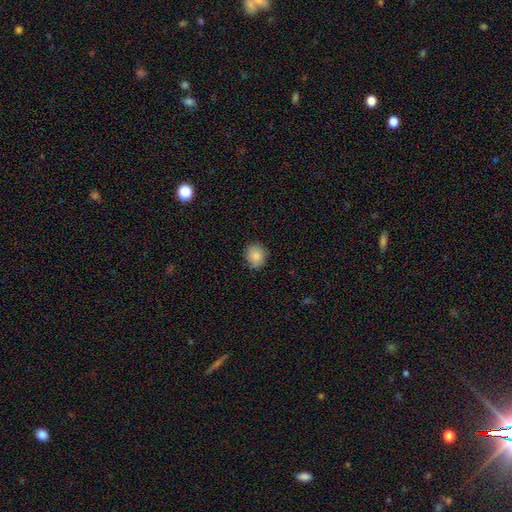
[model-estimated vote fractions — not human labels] Smooth or featured?
  - smooth: 87% *
  - star or artifact: 8%
  - featured or disk: 5%
How rounded?
  - round: 65% *
  - in between: 34%
  - cigar-shaped: 1%
Merging?
  - none: 85% *
  - minor disturbance: 11%
  - major disturbance: 2%
  - merger: 1%